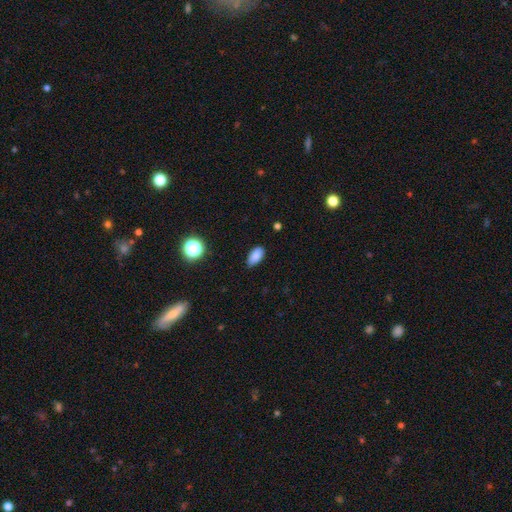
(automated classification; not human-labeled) This appears to be a smooth galaxy with no disk features (86%) that is in between round and cigar-shaped (92%). Merging: none (82%).